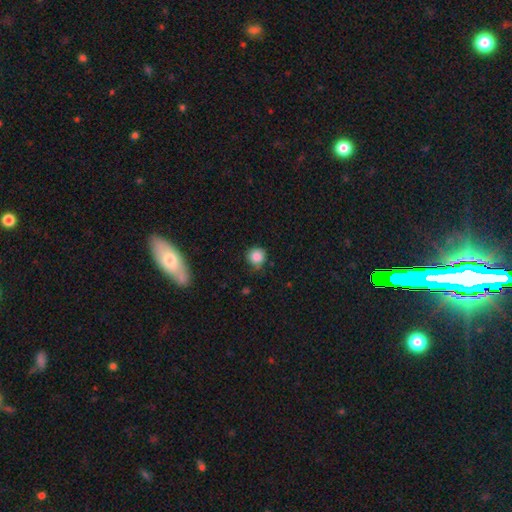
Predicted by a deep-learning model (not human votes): The model was most divided on "merging": none: 75%, minor disturbance: 20%, major disturbance: 4%, merger: 2%. More confident: how rounded — round (91%); smooth or featured — smooth (86%).